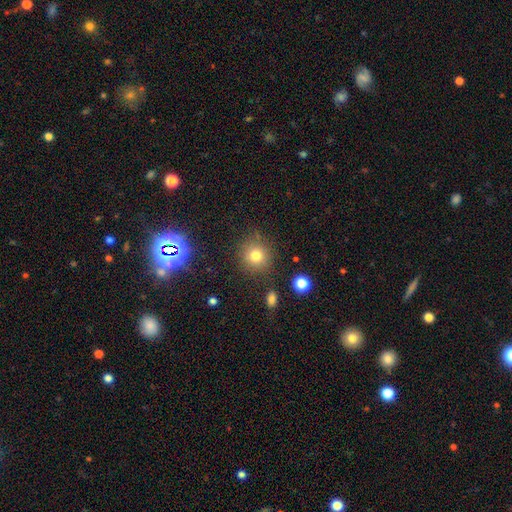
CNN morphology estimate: A smooth galaxy with no disk features (77%) that is round (91%). Merging: none (83%).